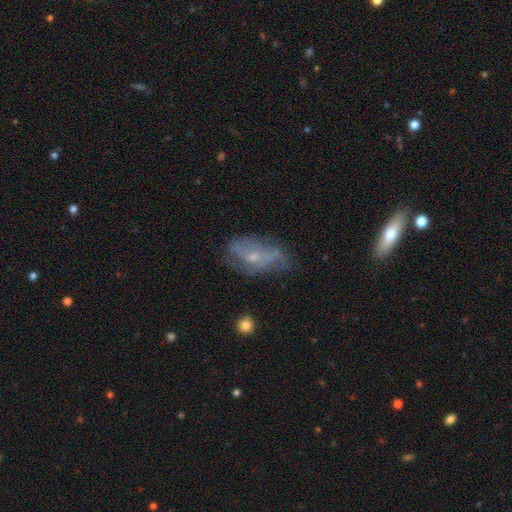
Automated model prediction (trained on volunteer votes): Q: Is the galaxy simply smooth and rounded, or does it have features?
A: featured or disk — 62%.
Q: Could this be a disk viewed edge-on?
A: no — 90%.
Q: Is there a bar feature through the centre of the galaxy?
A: no — 68%.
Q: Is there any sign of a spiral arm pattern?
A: yes — 63%.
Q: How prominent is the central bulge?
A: small — 70%.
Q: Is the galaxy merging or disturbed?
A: none — 46%.